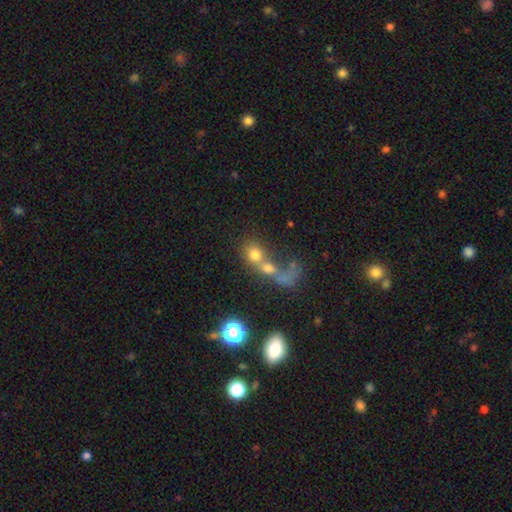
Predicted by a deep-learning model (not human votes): A smooth galaxy with no disk features (60%) that is round (73%).

Vote fractions:
- Smooth or featured? smooth: 60% / featured or disk: 22% / star or artifact: 18%
- How rounded? round: 73% / in between: 24% / cigar-shaped: 2%
- Merging? merger: 56% / none: 23% / major disturbance: 15% / minor disturbance: 7%